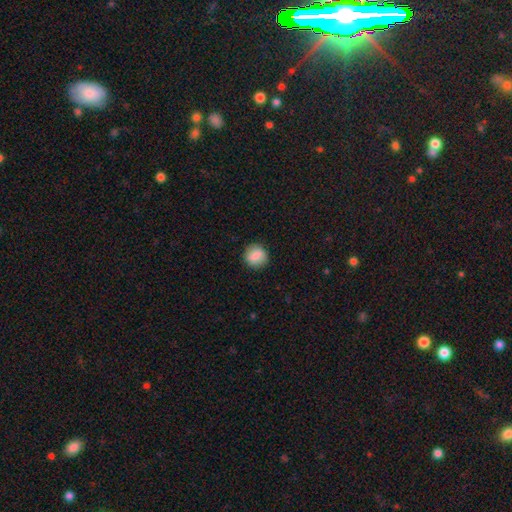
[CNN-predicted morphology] A smooth galaxy with no disk features (83%) that is round (90%).

Vote fractions:
- Smooth or featured? smooth: 83% / featured or disk: 10% / star or artifact: 8%
- How rounded? round: 90% / in between: 9% / cigar-shaped: 1%
- Merging? none: 89% / minor disturbance: 8% / major disturbance: 2% / merger: 1%